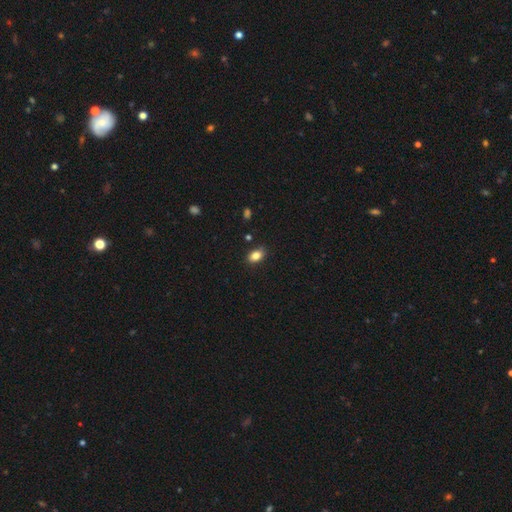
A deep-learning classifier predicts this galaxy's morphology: A smooth galaxy with no disk features (84%) that is in between round and cigar-shaped (84%). Merging: none (84%).